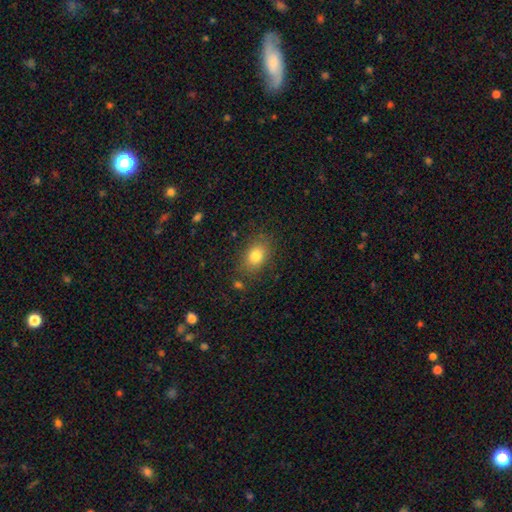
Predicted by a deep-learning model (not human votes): Morphology: type=smooth (81%); roundness=in between (74%); merging=none (81%).